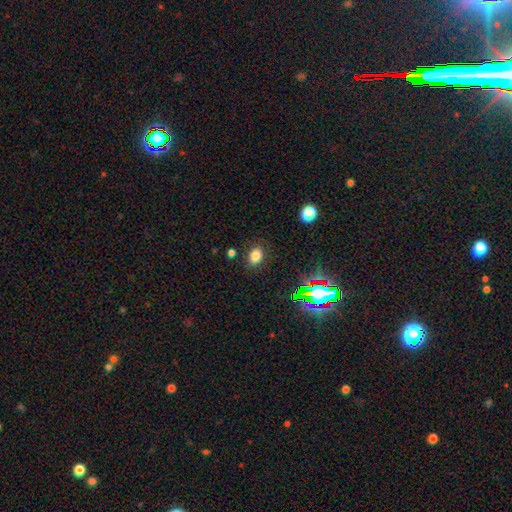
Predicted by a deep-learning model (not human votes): Q: Smooth or featured?
A: smooth (77%); runner-up: star or artifact (16%)
Q: How rounded?
A: in between (74%); runner-up: round (25%)
Q: Merging?
A: none (83%); runner-up: minor disturbance (12%)